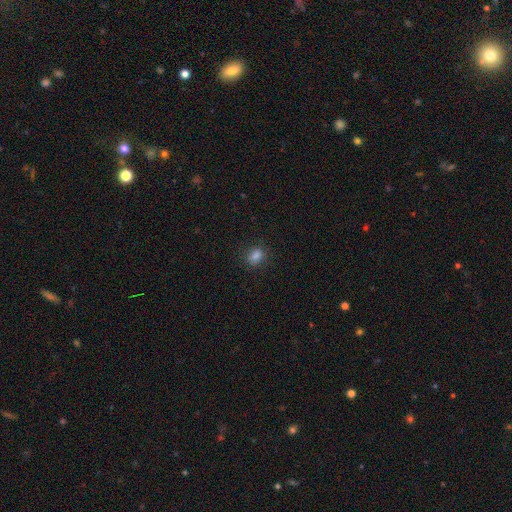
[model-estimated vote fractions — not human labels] smooth_or_featured: smooth (p=0.83) [alt: star or artifact p=0.12]
how_rounded: in between (p=0.61) [alt: round p=0.37]
merging: none (p=0.82) [alt: minor disturbance p=0.13]